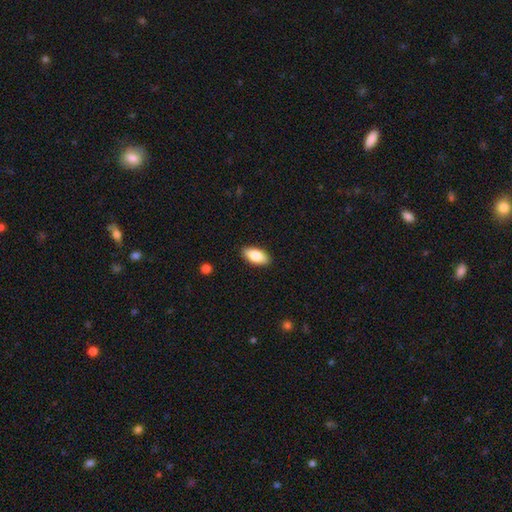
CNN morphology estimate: The model was most divided on "smooth or featured": smooth: 83%, featured or disk: 10%, star or artifact: 6%. More confident: how rounded — in between (91%); merging — none (90%).